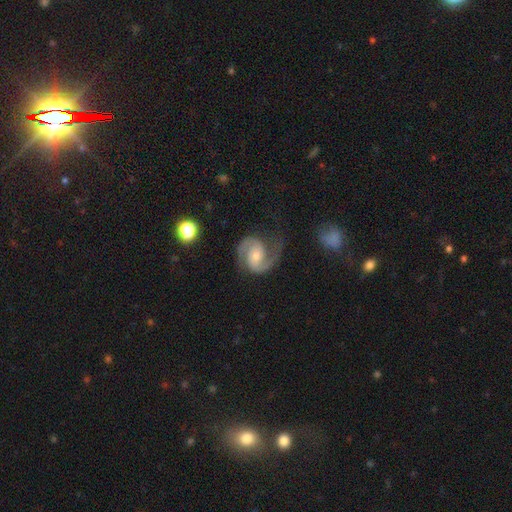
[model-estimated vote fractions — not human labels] smooth_or_featured: featured or disk (p=0.90) [alt: smooth p=0.05]
disk_edge_on: no (p=0.98) [alt: yes p=0.02]
bar: no (p=0.53) [alt: weak p=0.36]
has_spiral_arms: yes (p=0.98) [alt: no p=0.02]
spiral_winding: medium (p=0.58) [alt: tight p=0.24]
spiral_arm_count: 2 (p=0.93) [alt: 1 p=0.02]
bulge_size: moderate (p=0.52) [alt: small p=0.39]
merging: none (p=0.72) [alt: minor disturbance p=0.16]